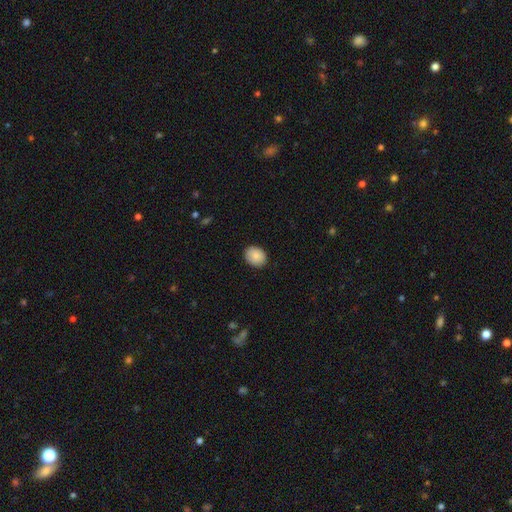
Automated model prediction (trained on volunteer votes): Morphology: type=smooth (87%); roundness=in between (56%); merging=none (88%).